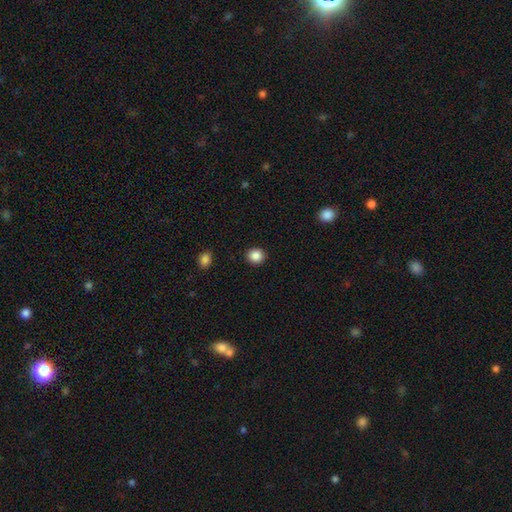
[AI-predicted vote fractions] Overall: smooth (88%). How rounded: round (87%). Merging: none (91%).